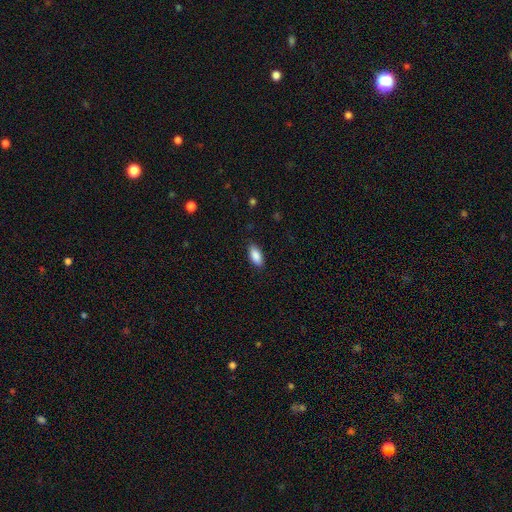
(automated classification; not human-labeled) This appears to be a smooth galaxy with no disk features (89%) that is in between round and cigar-shaped (89%). Merging: none (86%).